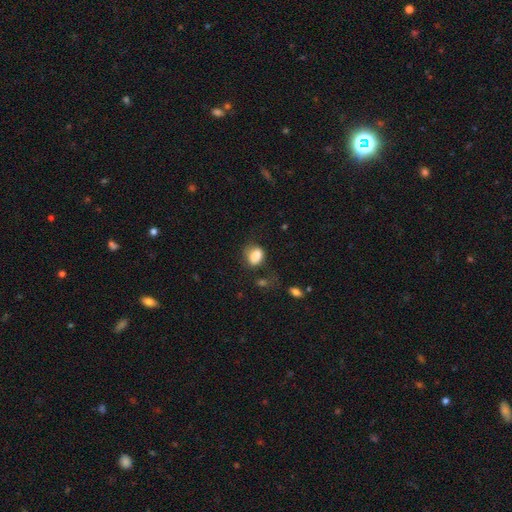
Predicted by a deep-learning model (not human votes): A smooth galaxy with no disk features (84%) that is in between round and cigar-shaped (60%).

Vote fractions:
- Smooth or featured? smooth: 84% / star or artifact: 9% / featured or disk: 8%
- How rounded? in between: 60% / round: 39% / cigar-shaped: 1%
- Merging? none: 48% / minor disturbance: 29% / major disturbance: 17% / merger: 5%